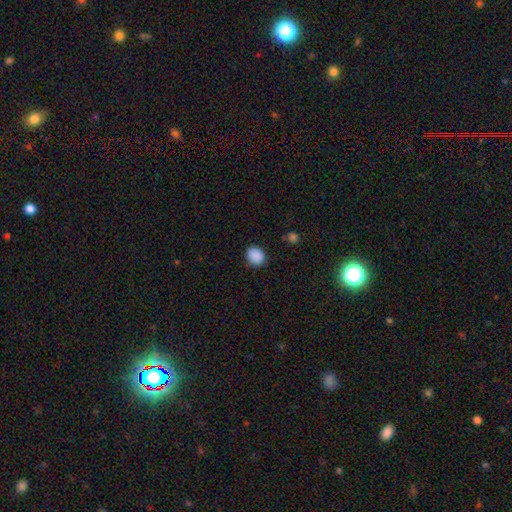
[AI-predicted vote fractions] smooth_or_featured: smooth (p=0.89) [alt: star or artifact p=0.09]
how_rounded: round (p=0.62) [alt: in between p=0.38]
merging: none (p=0.85) [alt: minor disturbance p=0.11]